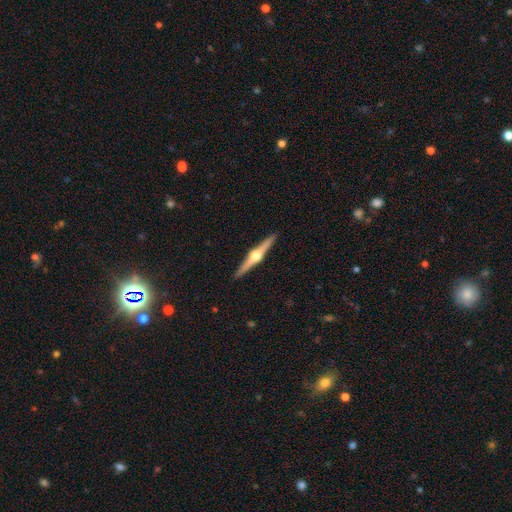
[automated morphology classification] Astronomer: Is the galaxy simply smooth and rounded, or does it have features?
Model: featured or disk — 84%.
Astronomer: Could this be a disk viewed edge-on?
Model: yes — 99%.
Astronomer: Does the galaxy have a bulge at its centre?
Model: rounded — 96%.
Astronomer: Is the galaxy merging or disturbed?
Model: none — 92%.